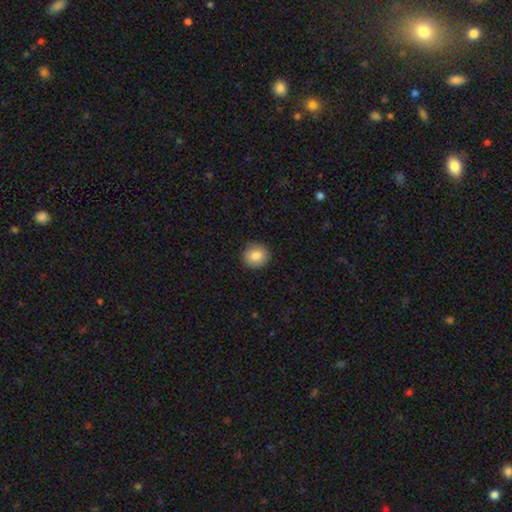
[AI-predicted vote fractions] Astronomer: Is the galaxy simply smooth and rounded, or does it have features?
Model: smooth — 83%.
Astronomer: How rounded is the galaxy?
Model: round — 91%.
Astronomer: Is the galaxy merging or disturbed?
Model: none — 90%.